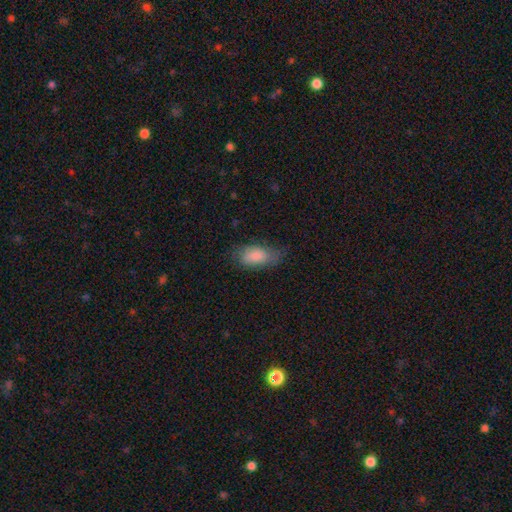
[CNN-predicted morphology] smooth_or_featured: smooth (p=0.83) [alt: featured or disk p=0.10]
how_rounded: in between (p=0.91) [alt: cigar-shaped p=0.05]
merging: none (p=0.60) [alt: minor disturbance p=0.28]